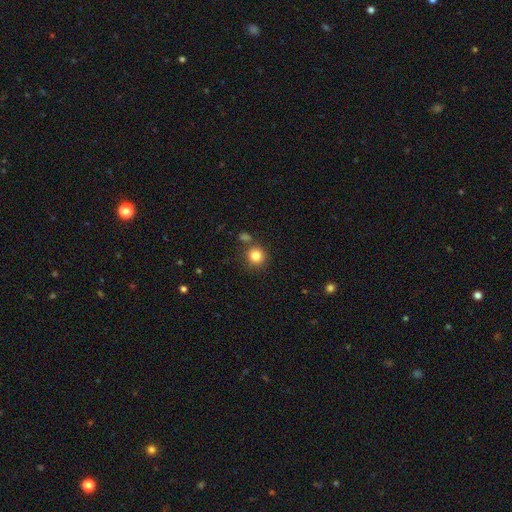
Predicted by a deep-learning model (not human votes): A smooth galaxy with no disk features (83%) that is round (92%).

Vote fractions:
- Smooth or featured? smooth: 83% / star or artifact: 11% / featured or disk: 6%
- How rounded? round: 92% / in between: 7% / cigar-shaped: 1%
- Merging? none: 79% / minor disturbance: 9% / merger: 9% / major disturbance: 3%